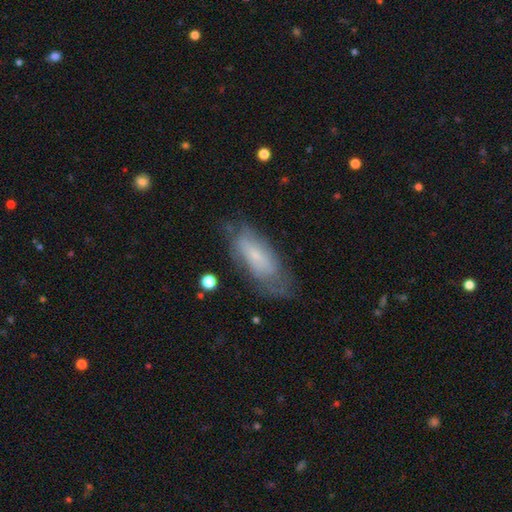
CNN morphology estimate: type=smooth (48%); merging=none (57%).